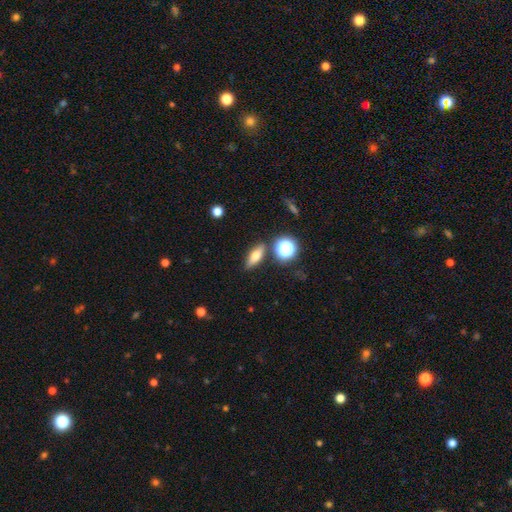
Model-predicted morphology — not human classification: smooth 61%, featured or disk 27%, star or artifact 12%. Down the decision tree: how rounded — in between (55%); merging — none (82%).